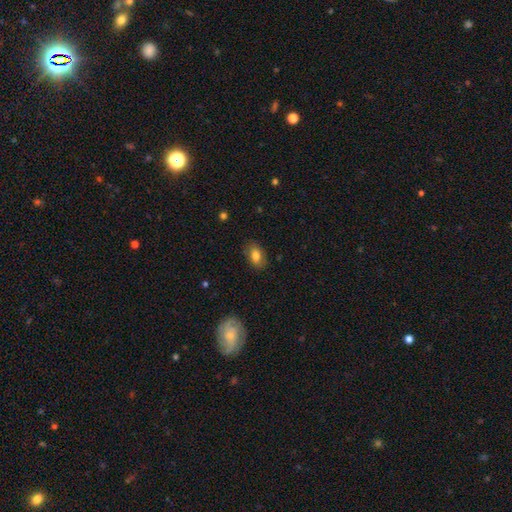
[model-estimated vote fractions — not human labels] Smooth or featured?
  - smooth: 79% *
  - featured or disk: 12%
  - star or artifact: 9%
How rounded?
  - in between: 86% *
  - round: 12%
  - cigar-shaped: 2%
Merging?
  - none: 82% *
  - minor disturbance: 14%
  - major disturbance: 3%
  - merger: 1%